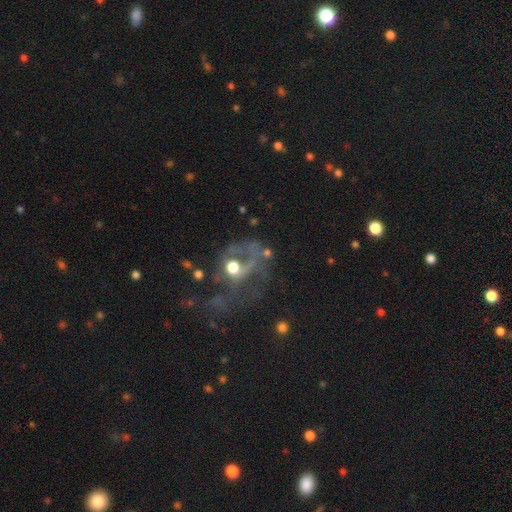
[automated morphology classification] Smooth or featured? featured or disk (50%)
Edge-on disk? no (95%)
Merging? major disturbance (42%)